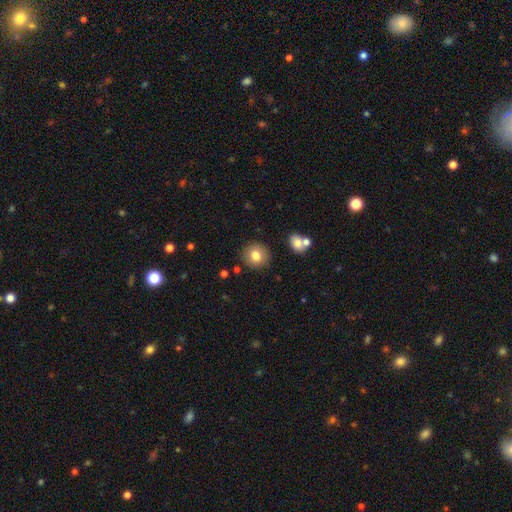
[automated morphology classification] Smooth or featured? Predicted: smooth (p=0.79). How rounded? Predicted: round (p=0.90). Merging? Predicted: none (p=0.88).